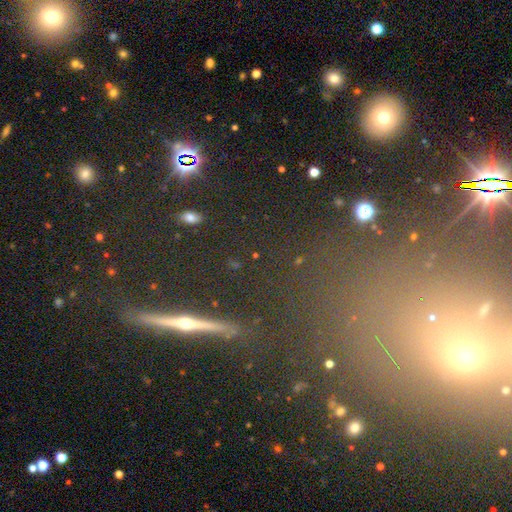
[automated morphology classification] A star or artifact, not a galaxy (47%).